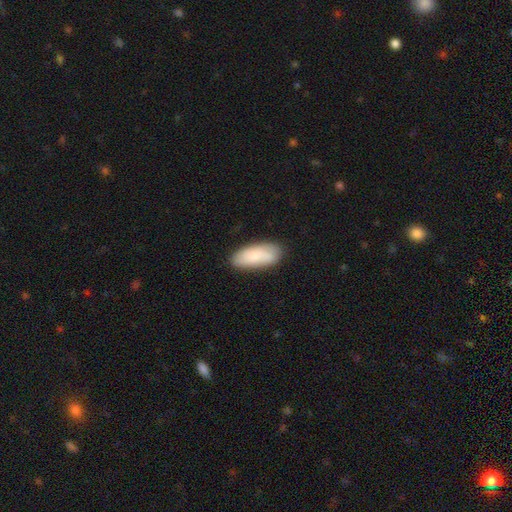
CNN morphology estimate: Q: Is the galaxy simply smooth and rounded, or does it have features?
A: smooth — 76%.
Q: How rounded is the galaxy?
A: in between — 84%.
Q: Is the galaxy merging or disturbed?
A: none — 76%.